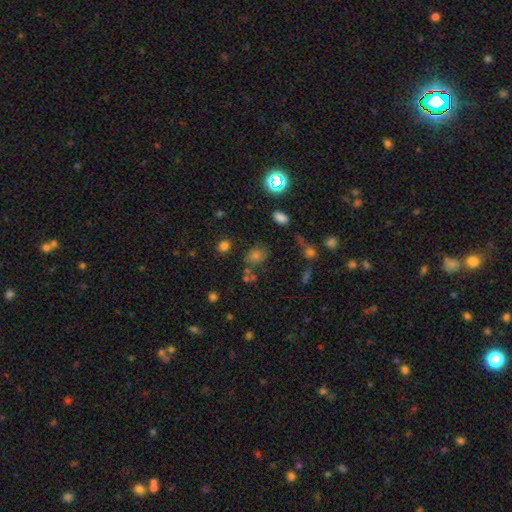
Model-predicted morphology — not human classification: smooth-or-featured: smooth: 58% | star or artifact: 28% | featured or disk: 15%
  how-rounded: in between: 49% (tied) | round: 49% (tied) | cigar-shaped: 2%
  merging: none: 65% | minor disturbance: 17% | merger: 10% | major disturbance: 8%